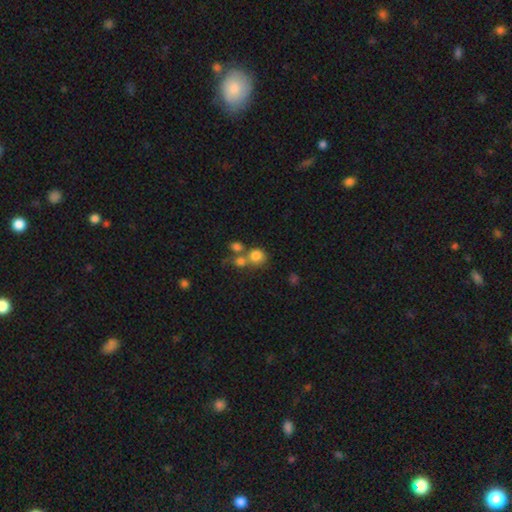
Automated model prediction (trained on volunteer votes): The model was most divided on "merging": none: 44%, merger: 41%, minor disturbance: 9%, major disturbance: 6%. More confident: how rounded — round (82%); smooth or featured — smooth (78%).